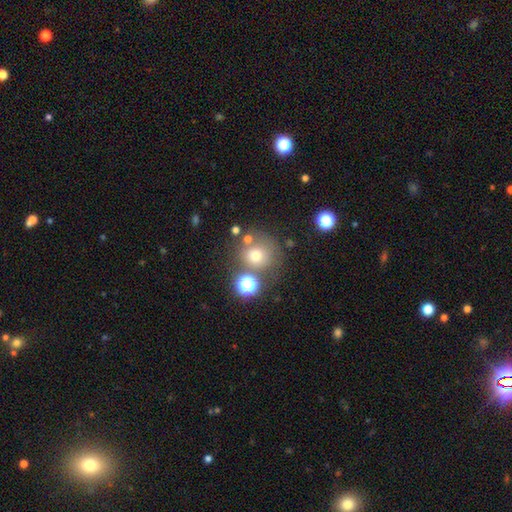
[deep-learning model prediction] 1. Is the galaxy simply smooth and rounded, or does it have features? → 68% smooth, 18% star or artifact, 13% featured or disk.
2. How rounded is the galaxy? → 89% round, 10% in between, 1% cigar-shaped.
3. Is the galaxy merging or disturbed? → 64% none, 16% merger, 13% minor disturbance, 7% major disturbance.